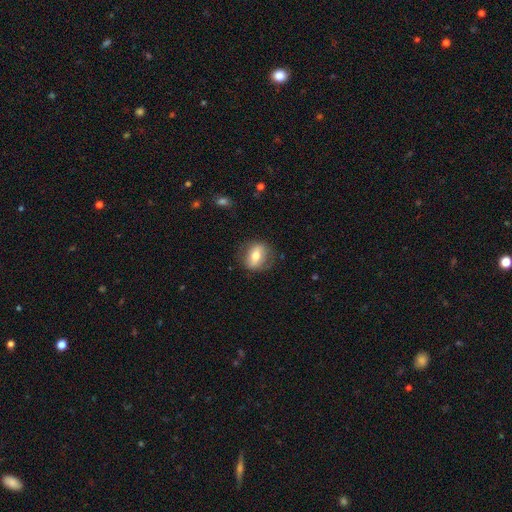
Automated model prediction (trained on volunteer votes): Q: Smooth or featured?
A: smooth (61%); runner-up: featured or disk (32%)
Q: How rounded?
A: in between (55%); runner-up: round (43%)
Q: Merging?
A: none (78%); runner-up: minor disturbance (16%)